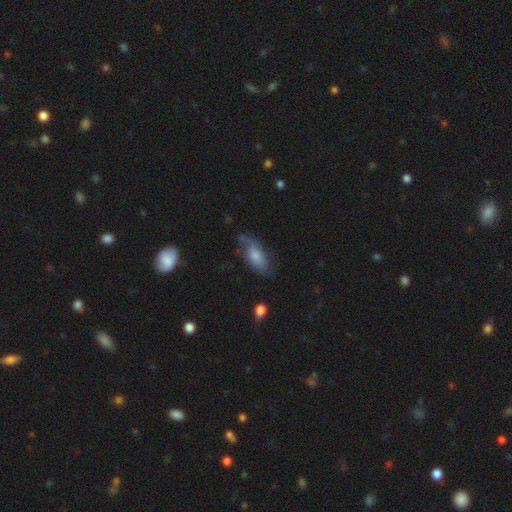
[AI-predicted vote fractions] Smooth or featured: smooth — 54% (featured or disk — 38%)
How rounded: in between — 85% (cigar-shaped — 11%)
Merging: none — 54% (minor disturbance — 29%)